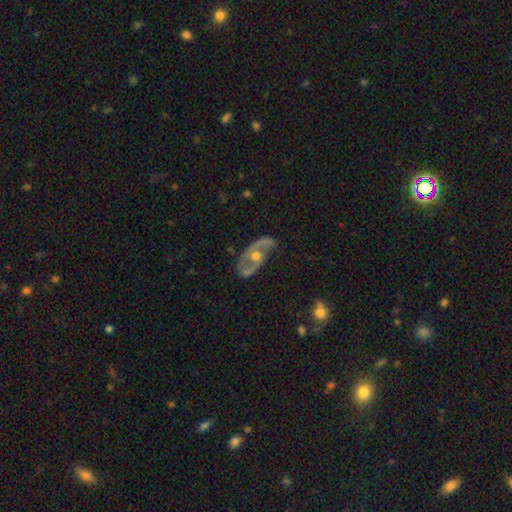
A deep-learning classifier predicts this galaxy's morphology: A featured or disk galaxy (75%) with no bar (75%), spiral arms (68%) and a moderate central bulge (72%).

Vote fractions:
- Smooth or featured? featured or disk: 75% / smooth: 19% / star or artifact: 6%
- Edge-on disk? no: 91% / yes: 9%
- Bar? no: 75% / weak: 19% / strong: 6%
- Spiral arms? yes: 68% / no: 32%
- Bulge size? moderate: 72% / small: 18% / large: 7% / none: 2% / dominant: 1%
- Merging? none: 56% / minor disturbance: 23% / major disturbance: 18% / merger: 3%